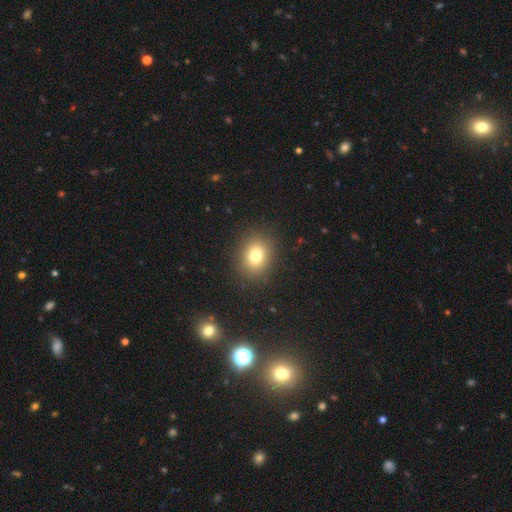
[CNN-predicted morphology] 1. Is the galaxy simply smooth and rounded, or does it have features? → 78% smooth, 13% star or artifact, 9% featured or disk.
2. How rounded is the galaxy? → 54% round, 45% in between, 1% cigar-shaped.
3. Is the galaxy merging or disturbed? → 88% none, 7% minor disturbance, 3% major disturbance, 1% merger.